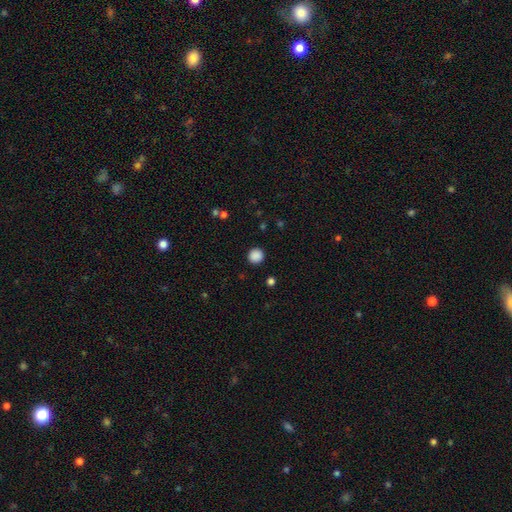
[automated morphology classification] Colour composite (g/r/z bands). It shows a smooth galaxy with no disk features (88%) that is round (93%). Merging: none (91%).